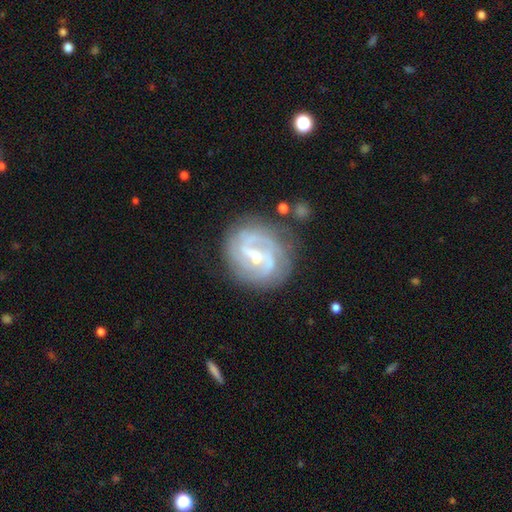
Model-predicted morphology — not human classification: featured or disk 85%, smooth 9%, star or artifact 6%. Down the decision tree: edge-on disk — no (97%); bar — weak (50%); spiral arms — yes (94%); spiral arm count — 2 (47%); spiral winding — tight (53%); bulge size — small (49%); merging — none (70%).